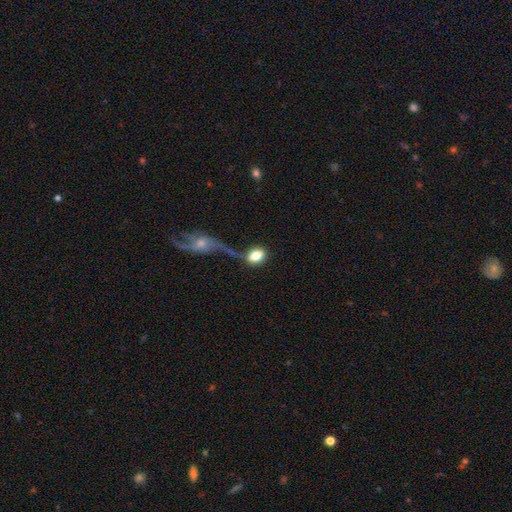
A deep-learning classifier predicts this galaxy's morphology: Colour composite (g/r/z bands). It shows a smooth galaxy with no disk features (78%) that is in between round and cigar-shaped (75%). Merging: merger (37%).